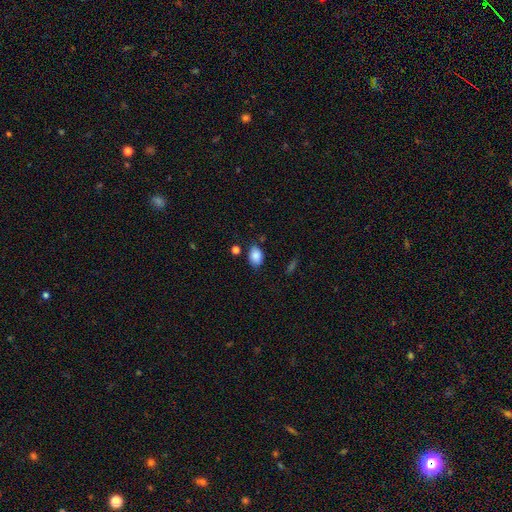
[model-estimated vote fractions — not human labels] smooth_or_featured: smooth (p=0.87) [alt: star or artifact p=0.08]
how_rounded: in between (p=0.80) [alt: round p=0.18]
merging: none (p=0.74) [alt: minor disturbance p=0.18]